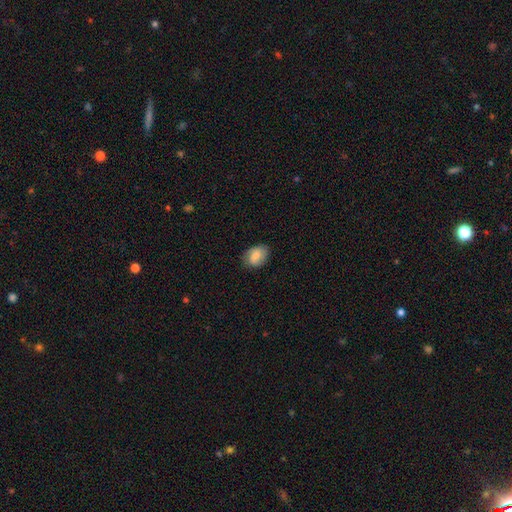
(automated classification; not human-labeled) This appears to be a smooth galaxy with no disk features (71%) that is in between round and cigar-shaped (73%). Merging: none (76%).